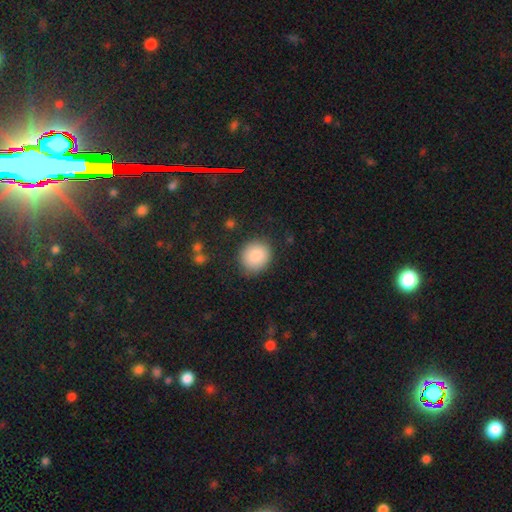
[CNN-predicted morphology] A smooth galaxy with no disk features (88%) that is round (78%).

Vote fractions:
- Smooth or featured? smooth: 88% / star or artifact: 7% / featured or disk: 5%
- How rounded? round: 78% / in between: 22% / cigar-shaped: 1%
- Merging? none: 85% / minor disturbance: 10% / major disturbance: 3% / merger: 1%